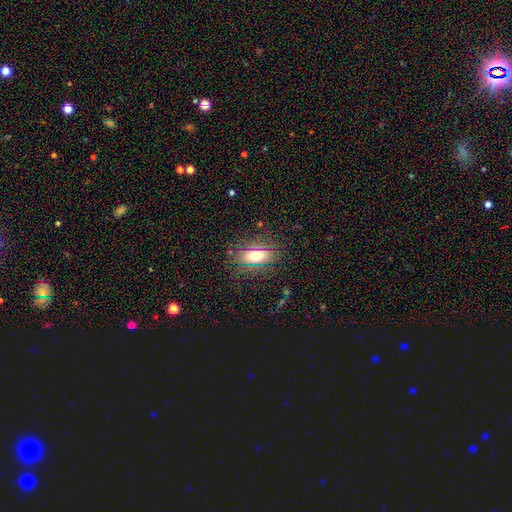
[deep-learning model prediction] Morphology: type=smooth (63%); roundness=in between (72%); merging=none (82%).